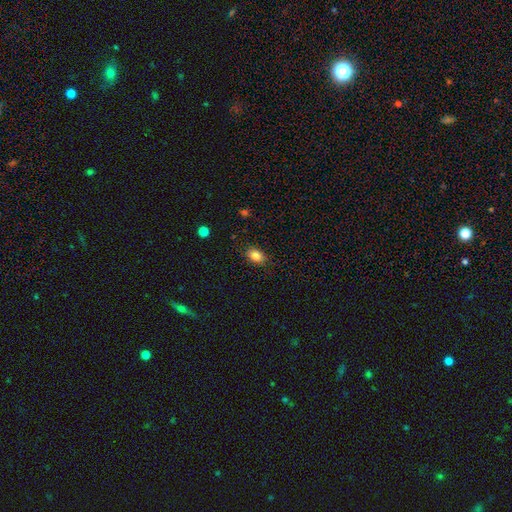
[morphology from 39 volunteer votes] A smooth galaxy with no disk features (87%) that is in between round and cigar-shaped (82%).

Vote fractions:
- Smooth or featured? smooth: 87% / star or artifact: 10% / featured or disk: 3%
- How rounded? in between: 82% / round: 18% / cigar-shaped: 0%
- Merging? none: 86% / minor disturbance: 11% / major disturbance: 3% / merger: 0%